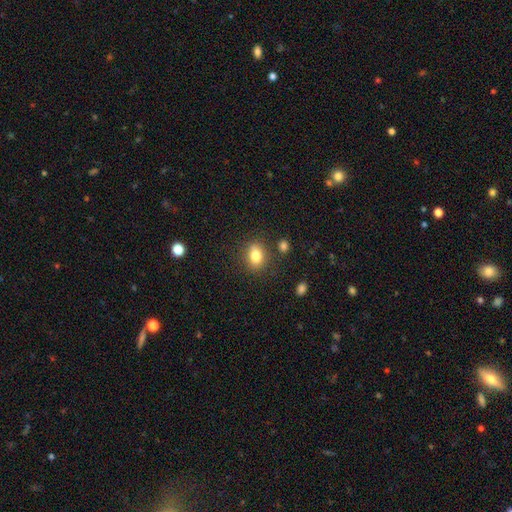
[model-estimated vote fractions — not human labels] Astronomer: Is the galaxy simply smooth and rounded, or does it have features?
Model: smooth — 80%.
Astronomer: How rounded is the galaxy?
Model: in between — 62%.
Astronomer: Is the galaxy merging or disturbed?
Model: none — 80%.